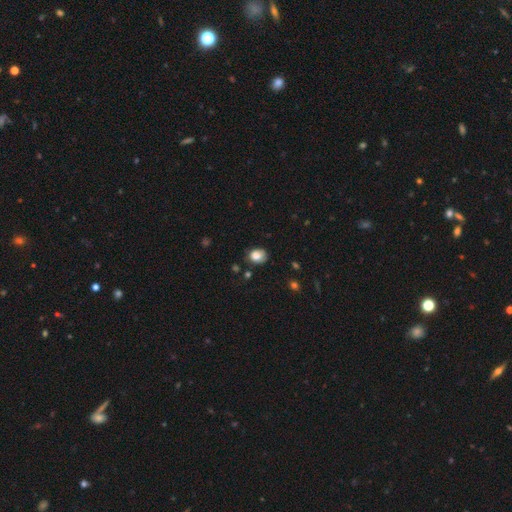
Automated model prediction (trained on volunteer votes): smooth 82%, star or artifact 9%, featured or disk 9%. Down the decision tree: how rounded — round (53%); merging — none (72%).